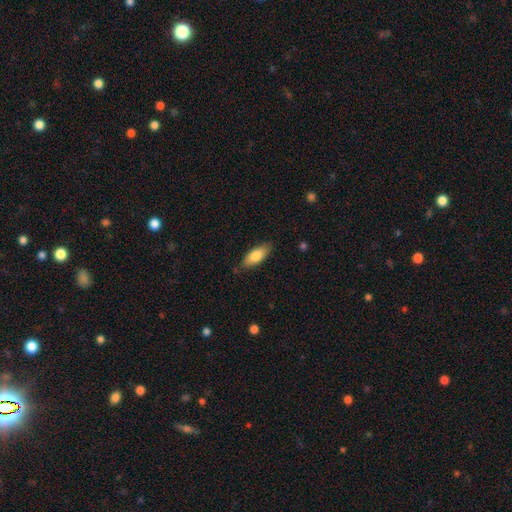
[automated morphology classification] Overall: smooth (80%). How rounded: in between (78%). Merging: none (82%).